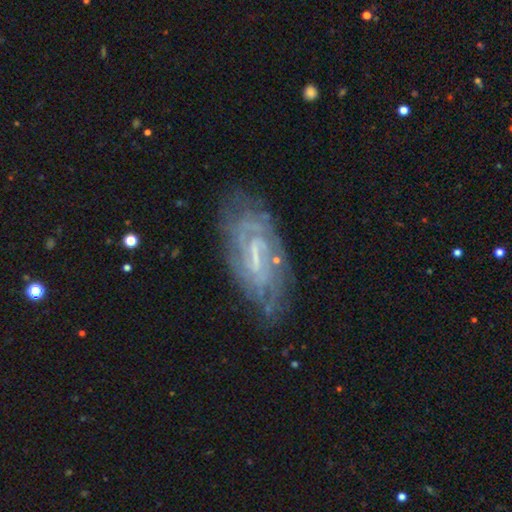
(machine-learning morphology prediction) Smooth or featured? featured or disk (81%)
Edge-on disk? no (91%)
Bar? weak (47%)
Spiral arms? yes (87%)
Spiral winding? tight (58%)
Spiral arm count? can't tell (48%)
Bulge size? small (44%)
Merging? none (71%)